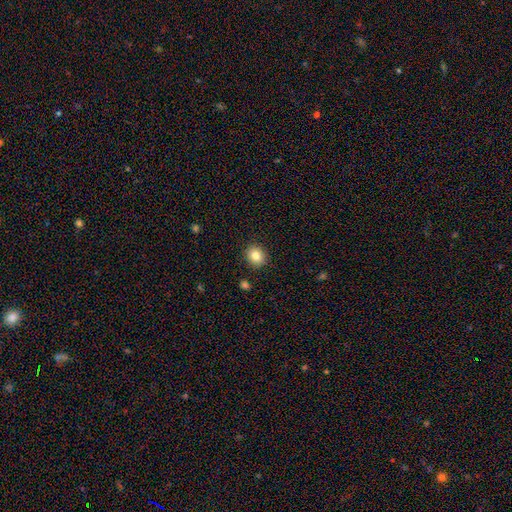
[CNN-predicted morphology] smooth_or_featured: smooth (p=0.83) [alt: star or artifact p=0.10]
how_rounded: round (p=0.75) [alt: in between p=0.24]
merging: none (p=0.90) [alt: minor disturbance p=0.07]